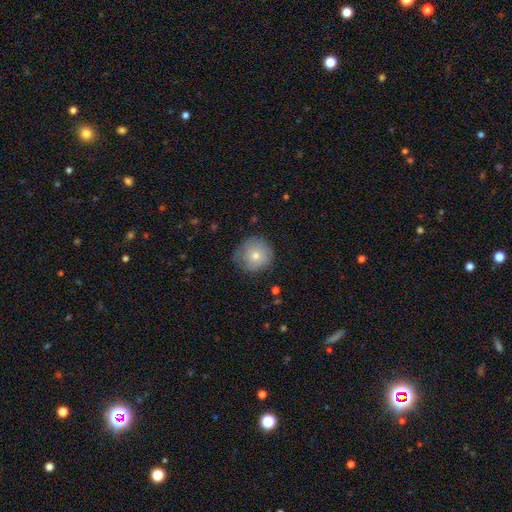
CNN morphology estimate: The model was most divided on "merging": none: 73%, minor disturbance: 21%, major disturbance: 5%, merger: 1%. More confident: how rounded — round (94%); smooth or featured — smooth (72%).